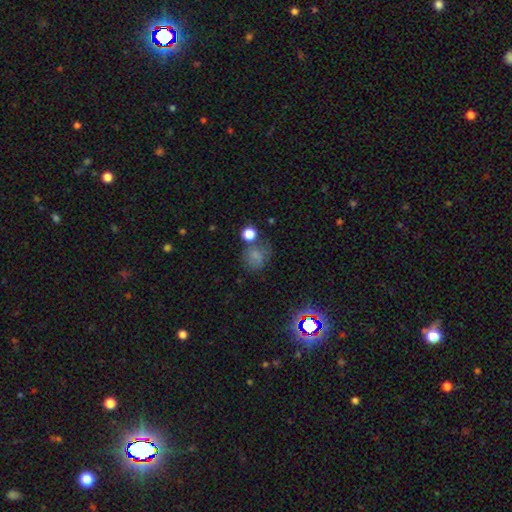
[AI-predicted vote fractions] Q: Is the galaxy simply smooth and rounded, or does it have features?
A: smooth — 71%.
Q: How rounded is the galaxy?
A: round — 74%.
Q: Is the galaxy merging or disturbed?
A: none — 57%.